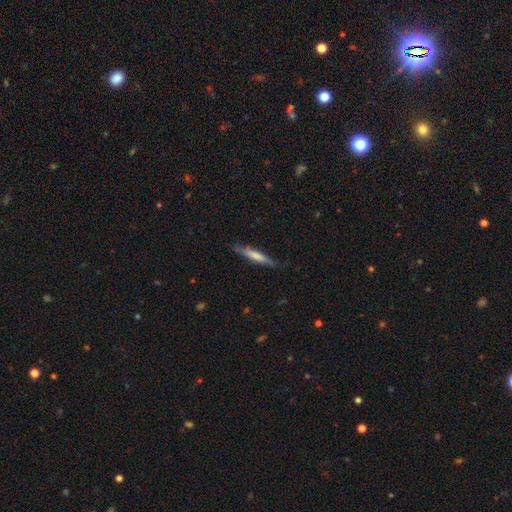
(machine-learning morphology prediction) Overall: smooth (63%; featured or disk 31%). How rounded: cigar-shaped (90%). Merging: none (76%).